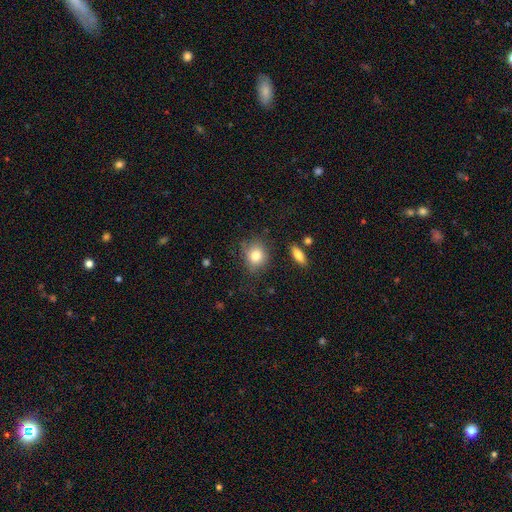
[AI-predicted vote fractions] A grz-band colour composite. It shows a smooth galaxy with no disk features (80%) that is round (71%). Merging: none (75%).